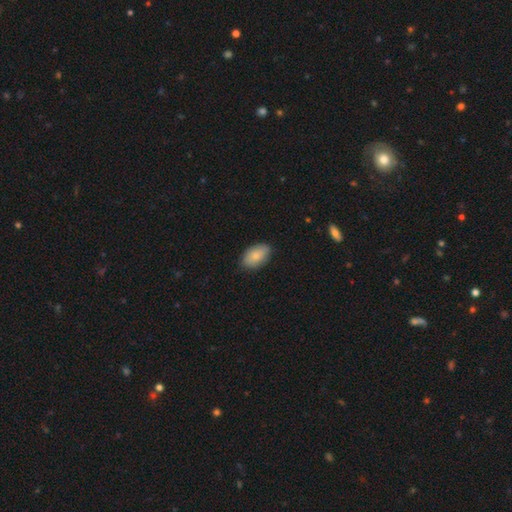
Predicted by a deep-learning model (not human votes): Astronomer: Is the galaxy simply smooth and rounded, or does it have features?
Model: smooth — 80%.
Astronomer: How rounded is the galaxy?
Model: in between — 92%.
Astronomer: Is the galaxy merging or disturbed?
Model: none — 84%.